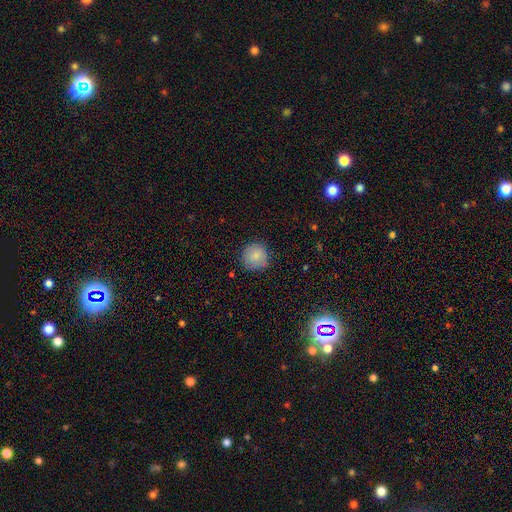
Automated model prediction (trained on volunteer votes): smooth_or_featured: smooth (p=0.84) [alt: star or artifact p=0.09]
how_rounded: round (p=0.94) [alt: in between p=0.05]
merging: none (p=0.83) [alt: minor disturbance p=0.13]